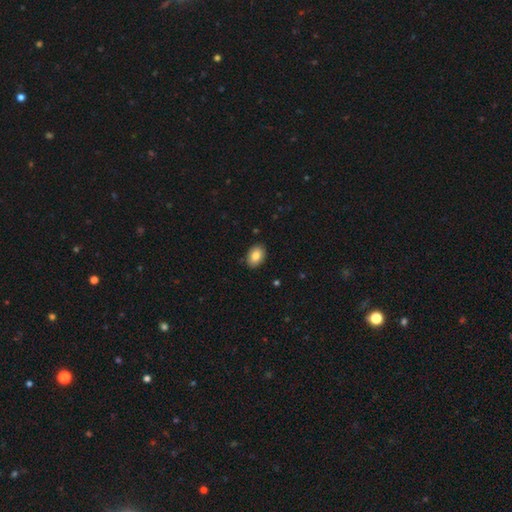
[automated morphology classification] Smooth or featured? smooth (84%)
How rounded? in between (84%)
Merging? none (89%)